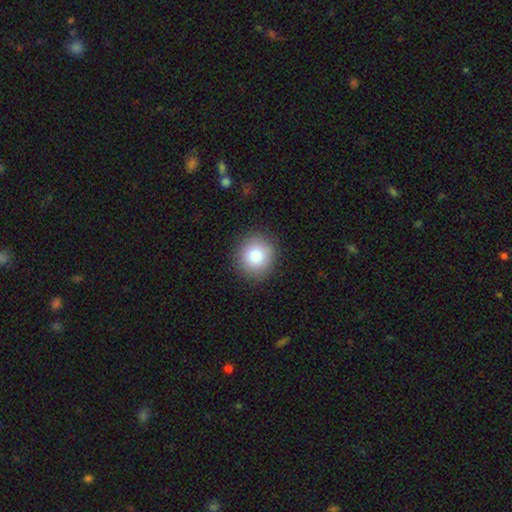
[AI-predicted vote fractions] Smooth or featured?
  - smooth: 82% *
  - star or artifact: 10%
  - featured or disk: 8%
How rounded?
  - round: 89% *
  - in between: 10%
  - cigar-shaped: 1%
Merging?
  - none: 90% *
  - minor disturbance: 7%
  - major disturbance: 2%
  - merger: 1%